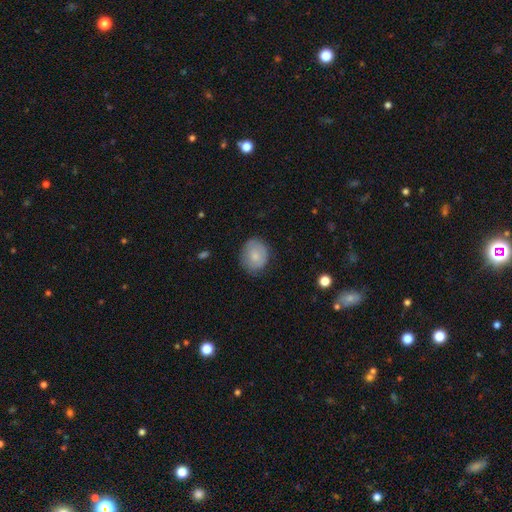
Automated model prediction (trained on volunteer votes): Q: Smooth or featured?
A: smooth (77%); runner-up: featured or disk (16%)
Q: How rounded?
A: round (53%); runner-up: in between (47%)
Q: Merging?
A: none (76%); runner-up: minor disturbance (19%)